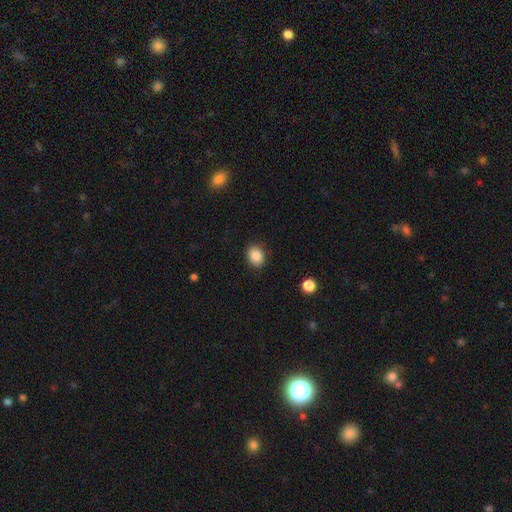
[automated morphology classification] Smooth or featured? smooth (87%)
How rounded? in between (55%)
Merging? none (88%)